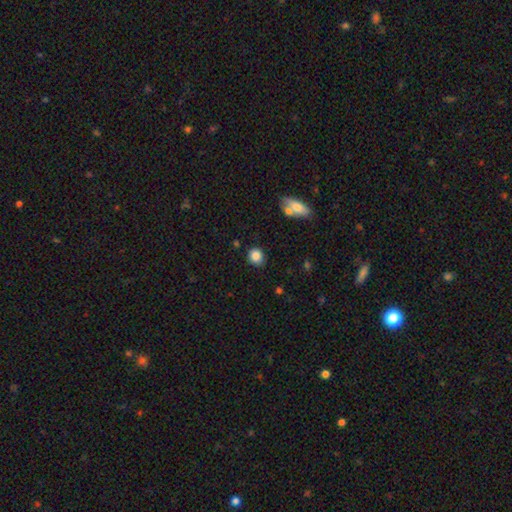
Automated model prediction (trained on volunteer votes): Q: Smooth or featured?
A: smooth (85%); runner-up: star or artifact (10%)
Q: How rounded?
A: round (82%); runner-up: in between (17%)
Q: Merging?
A: none (81%); runner-up: minor disturbance (13%)